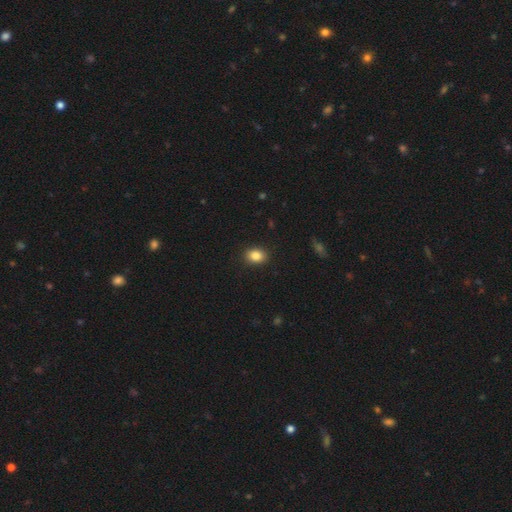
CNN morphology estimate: A smooth galaxy with no disk features (86%) that is in between round and cigar-shaped (68%).

Vote fractions:
- Smooth or featured? smooth: 86% / star or artifact: 9% / featured or disk: 5%
- How rounded? in between: 68% / round: 31% / cigar-shaped: 1%
- Merging? none: 90% / minor disturbance: 7% / major disturbance: 2% / merger: 1%